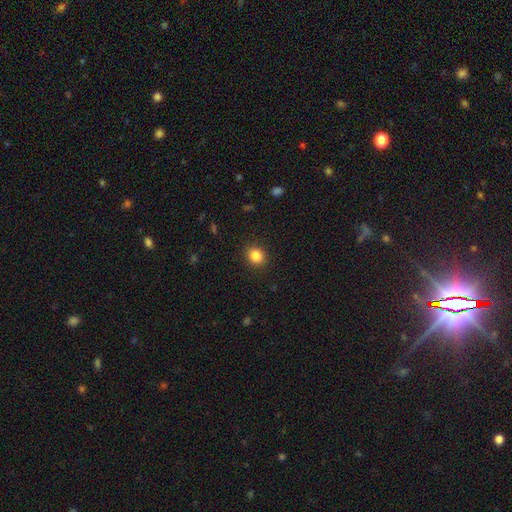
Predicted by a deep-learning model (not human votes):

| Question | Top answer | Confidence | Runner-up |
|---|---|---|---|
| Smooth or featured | smooth | 85% | star or artifact (11%) |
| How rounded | round | 68% | in between (32%) |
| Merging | none | 90% | minor disturbance (7%) |